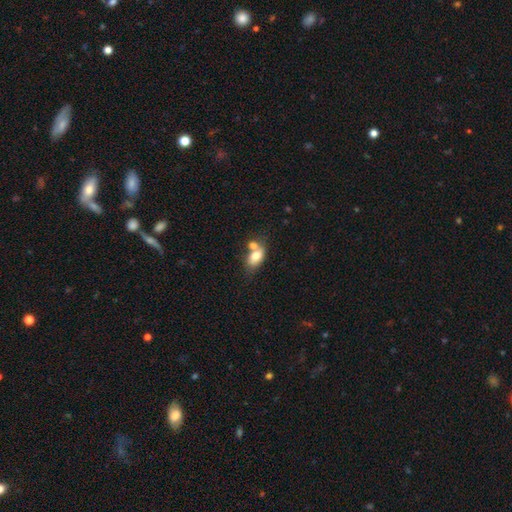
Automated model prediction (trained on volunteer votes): This appears to be a smooth galaxy with no disk features (74%) that is in between round and cigar-shaped (86%). Merging: merger (46%).